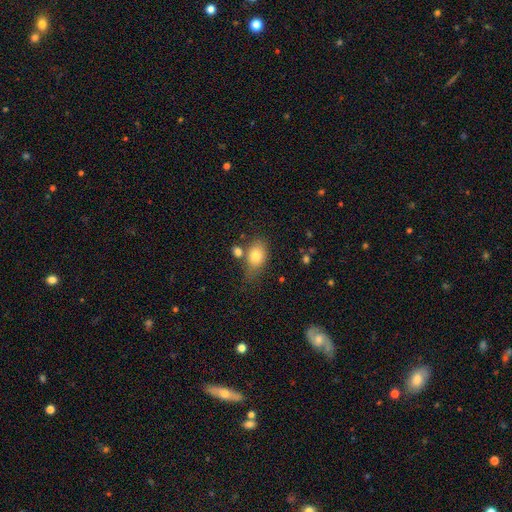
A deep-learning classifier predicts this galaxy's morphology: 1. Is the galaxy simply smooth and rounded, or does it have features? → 78% smooth, 14% featured or disk, 8% star or artifact.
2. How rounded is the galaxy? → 79% in between, 18% round, 2% cigar-shaped.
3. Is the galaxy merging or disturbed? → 58% none, 20% minor disturbance, 16% merger, 6% major disturbance.